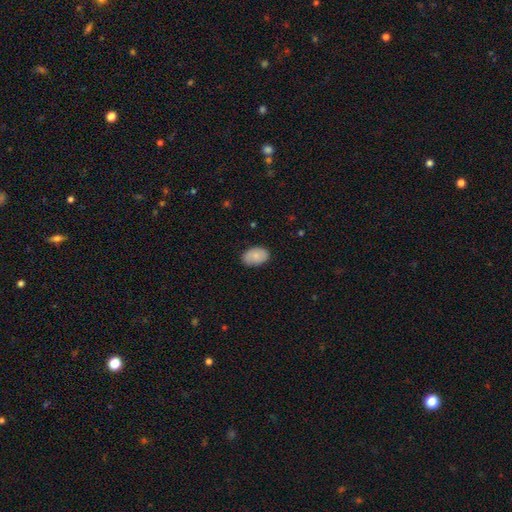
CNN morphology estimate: Smooth or featured? smooth (81%)
How rounded? in between (88%)
Merging? none (83%)